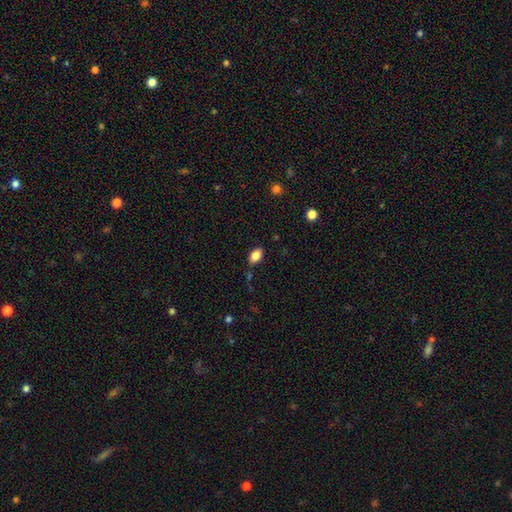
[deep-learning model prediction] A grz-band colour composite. It shows a smooth galaxy with no disk features (85%) that is in between round and cigar-shaped (91%). Merging: none (80%).